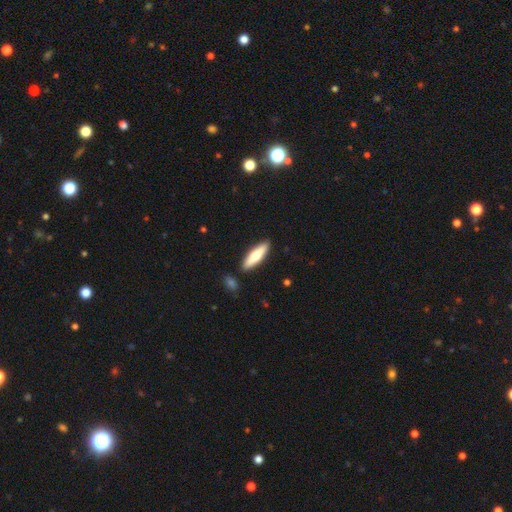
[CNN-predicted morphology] This is likely a smooth galaxy (63%). How rounded: likely cigar-shaped (65%). Merging: clearly none (88%).